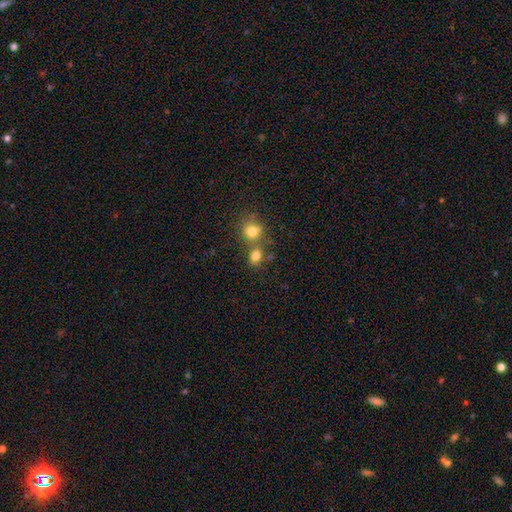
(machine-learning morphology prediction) smooth 79%, star or artifact 13%, featured or disk 8%. Down the decision tree: how rounded — round (60%); merging — none (51%).